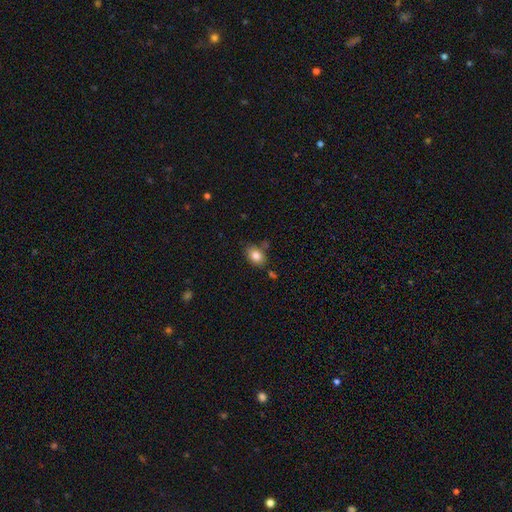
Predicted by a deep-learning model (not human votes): smooth 82%, star or artifact 9%, featured or disk 9%. Down the decision tree: how rounded — in between (74%); merging — none (73%).